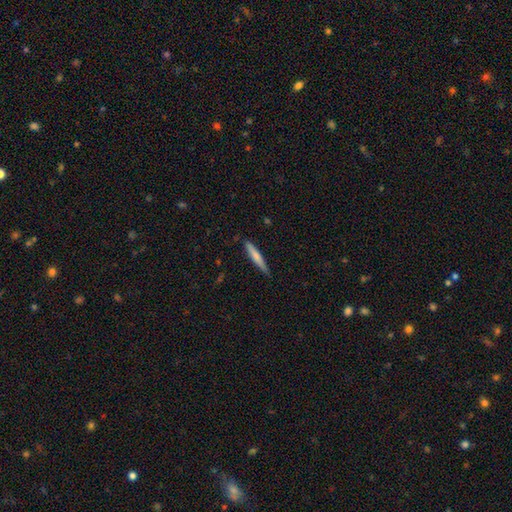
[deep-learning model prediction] smooth_or_featured: smooth (p=0.68) [alt: featured or disk p=0.27]
how_rounded: cigar-shaped (p=0.93) [alt: in between p=0.06]
merging: none (p=0.82) [alt: minor disturbance p=0.15]